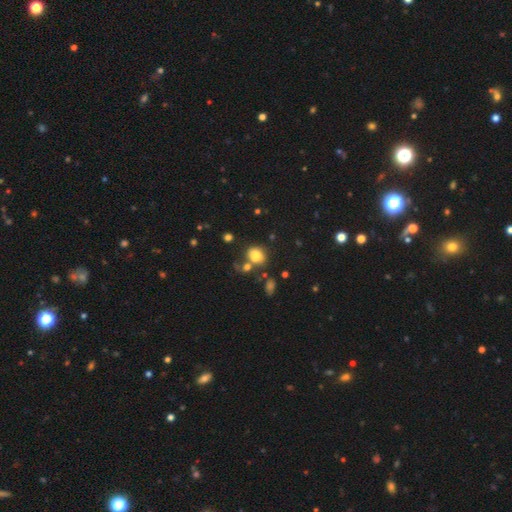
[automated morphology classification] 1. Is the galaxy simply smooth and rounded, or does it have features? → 78% smooth, 12% star or artifact, 9% featured or disk.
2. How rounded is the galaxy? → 52% round, 46% in between, 1% cigar-shaped.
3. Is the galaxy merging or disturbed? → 55% none, 22% merger, 16% minor disturbance, 7% major disturbance.